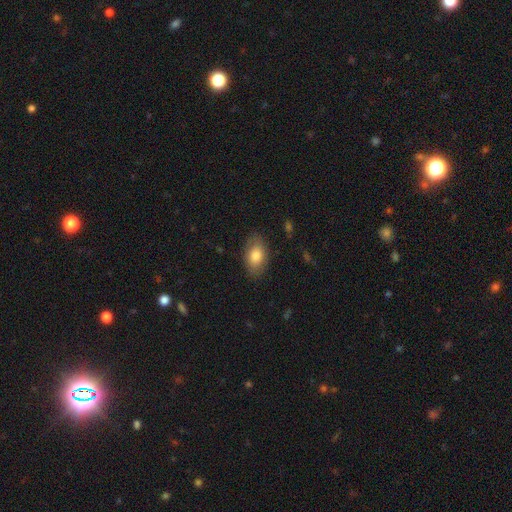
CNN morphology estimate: A smooth galaxy with no disk features (80%) that is in between round and cigar-shaped (90%). Merging: none (83%).